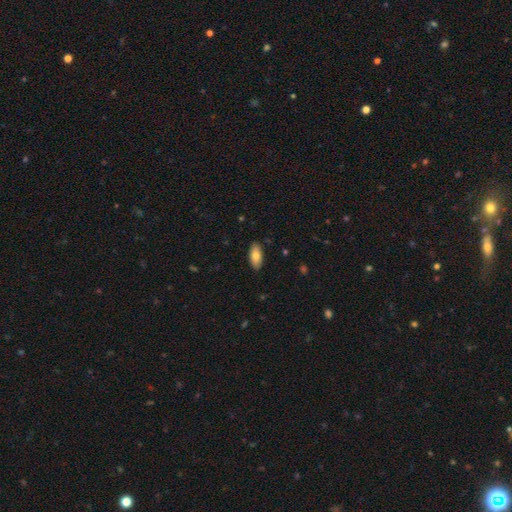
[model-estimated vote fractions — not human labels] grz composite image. It shows a smooth galaxy with no disk features (78%) that is in between round and cigar-shaped (86%). Merging: none (89%).